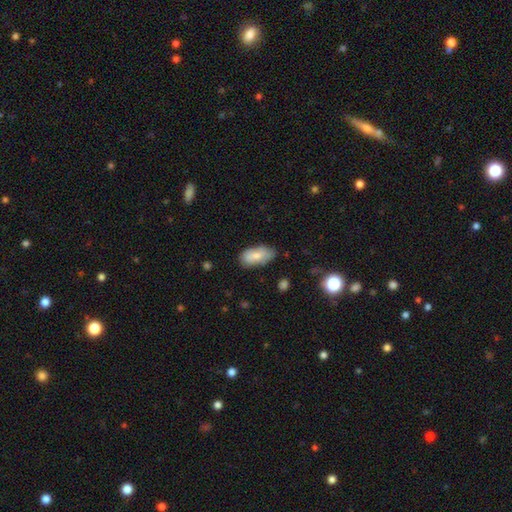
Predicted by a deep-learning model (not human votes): Smooth or featured? Predicted: smooth (p=0.76). How rounded? Predicted: in between (p=0.92). Merging? Predicted: none (p=0.68).